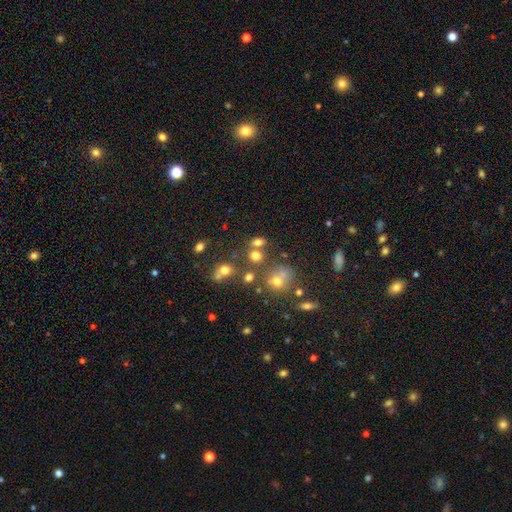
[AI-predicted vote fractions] Smooth or featured?
  - smooth: 69% *
  - star or artifact: 19%
  - featured or disk: 12%
How rounded?
  - round: 64% *
  - in between: 34%
  - cigar-shaped: 2%
Merging?
  - none: 56% *
  - merger: 26%
  - minor disturbance: 12%
  - major disturbance: 6%